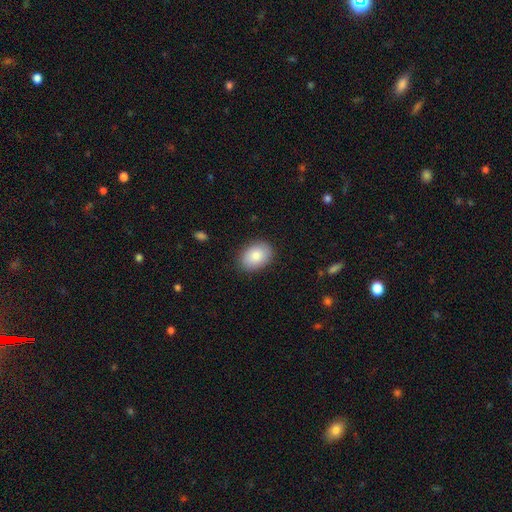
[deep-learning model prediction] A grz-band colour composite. It shows a smooth galaxy with no disk features (85%) that is in between round and cigar-shaped (79%). Merging: none (86%).